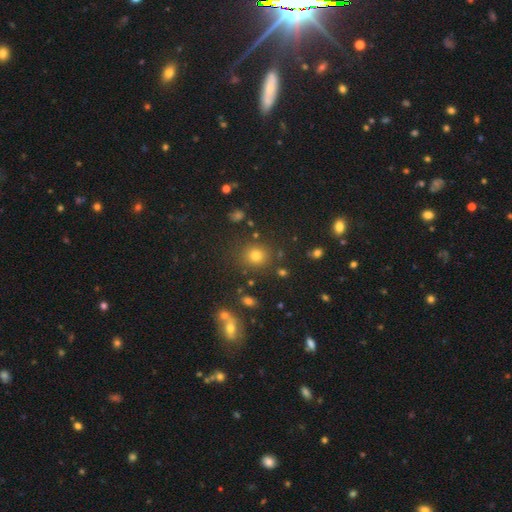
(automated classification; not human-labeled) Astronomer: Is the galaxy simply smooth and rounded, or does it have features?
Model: smooth — 70%.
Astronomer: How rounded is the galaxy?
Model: round — 80%.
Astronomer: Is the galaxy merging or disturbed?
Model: none — 82%.